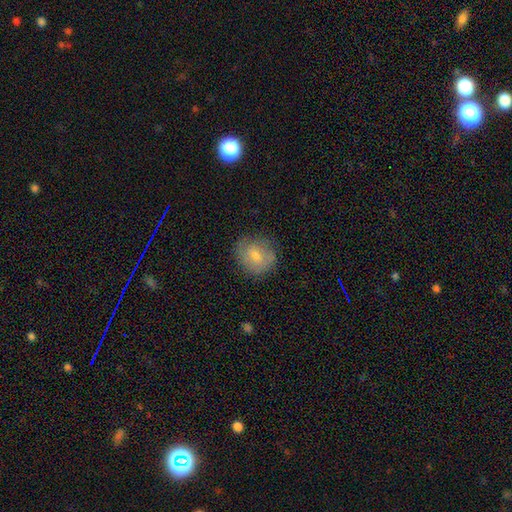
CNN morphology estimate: A smooth galaxy with no disk features (58%) that is round (79%). Merging: none (76%).